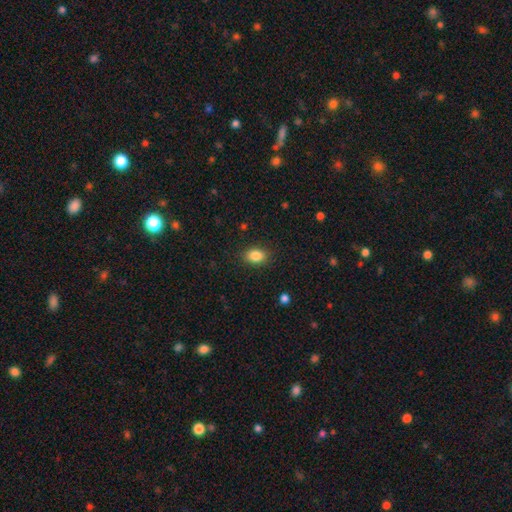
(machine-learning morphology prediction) A smooth galaxy with no disk features (86%) that is in between round and cigar-shaped (80%).

Vote fractions:
- Smooth or featured? smooth: 86% / star or artifact: 9% / featured or disk: 5%
- How rounded? in between: 80% / round: 19% / cigar-shaped: 1%
- Merging? none: 87% / minor disturbance: 9% / major disturbance: 3% / merger: 1%